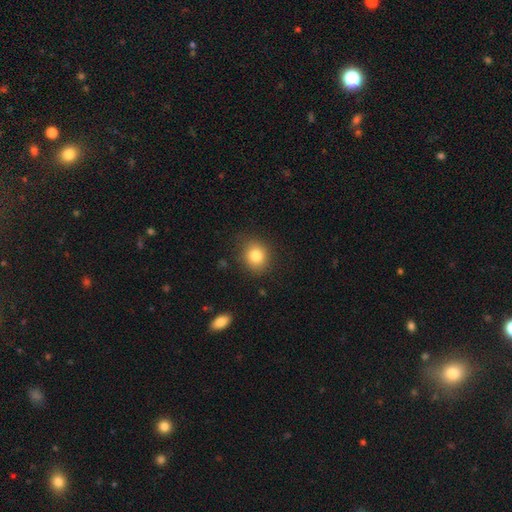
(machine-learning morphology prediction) Smooth or featured: smooth — 82% (star or artifact — 10%)
How rounded: round — 68% (in between — 31%)
Merging: none — 85% (minor disturbance — 11%)